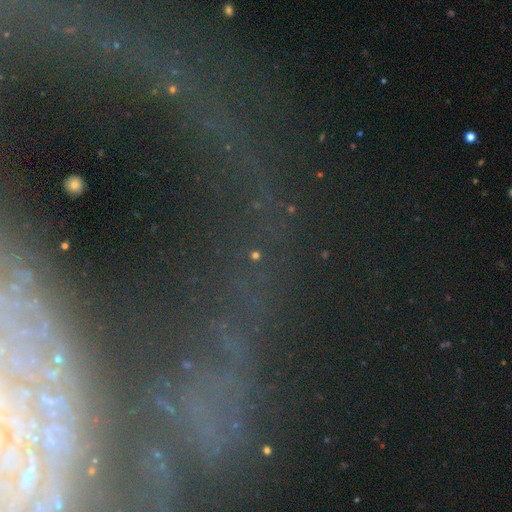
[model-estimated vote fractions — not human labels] This is likely a star or artifact rather than a galaxy (72%).